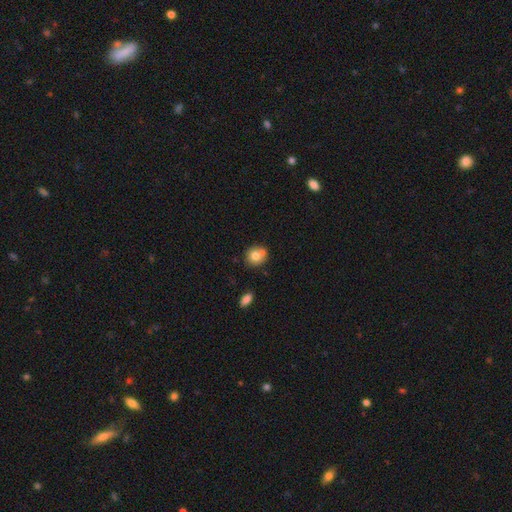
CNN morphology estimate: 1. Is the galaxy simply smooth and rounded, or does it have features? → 75% smooth, 15% featured or disk, 10% star or artifact.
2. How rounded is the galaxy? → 81% round, 18% in between, 1% cigar-shaped.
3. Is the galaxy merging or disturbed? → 57% none, 26% merger, 13% minor disturbance, 3% major disturbance.